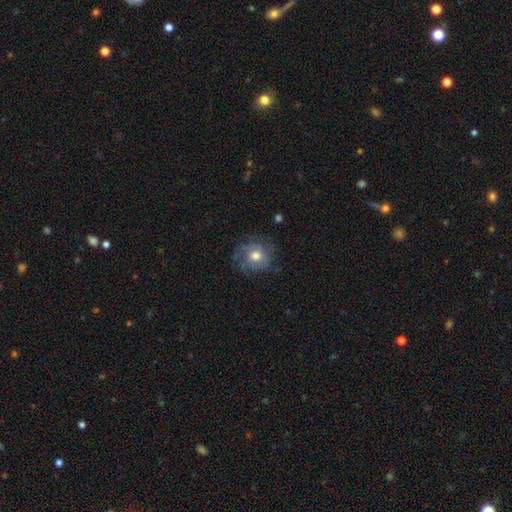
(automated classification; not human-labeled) This appears to be a featured or disk galaxy (55%) with no bar (80%), spiral arms (77%) and a moderate central bulge (68%). Merging: none (67%).